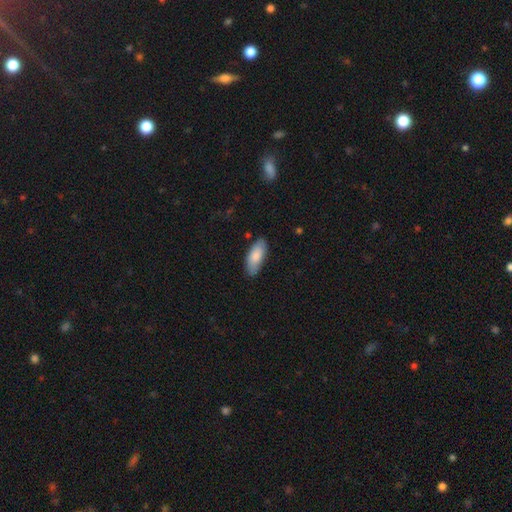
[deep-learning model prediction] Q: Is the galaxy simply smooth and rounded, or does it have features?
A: smooth — 83%.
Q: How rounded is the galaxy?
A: in between — 81%.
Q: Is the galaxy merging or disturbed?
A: none — 82%.